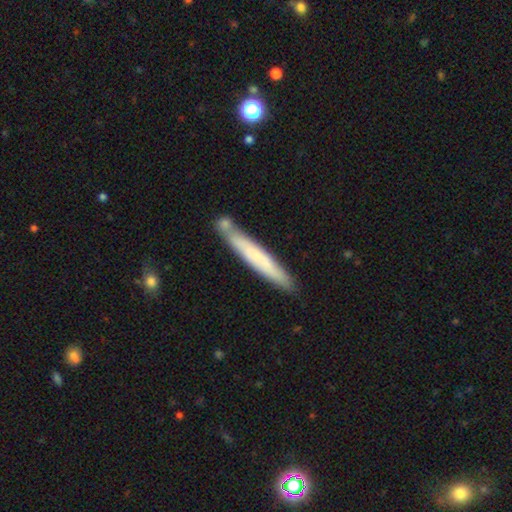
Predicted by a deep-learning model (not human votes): Smooth or featured: smooth — 60% (featured or disk — 35%)
How rounded: cigar-shaped — 95% (in between — 4%)
Merging: none — 73% (minor disturbance — 13%)